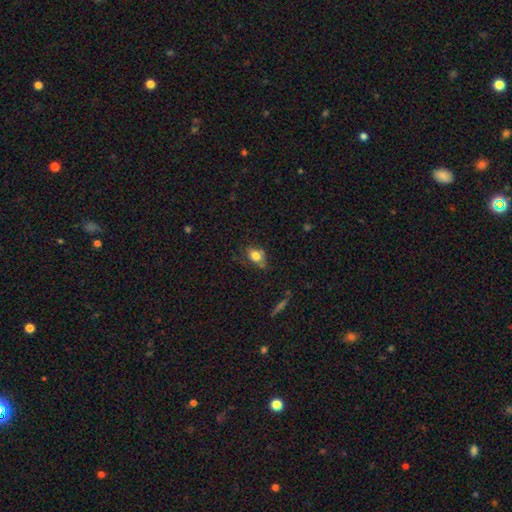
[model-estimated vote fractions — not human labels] Morphology: type=smooth (78%); roundness=in between (61%); merging=none (60%).